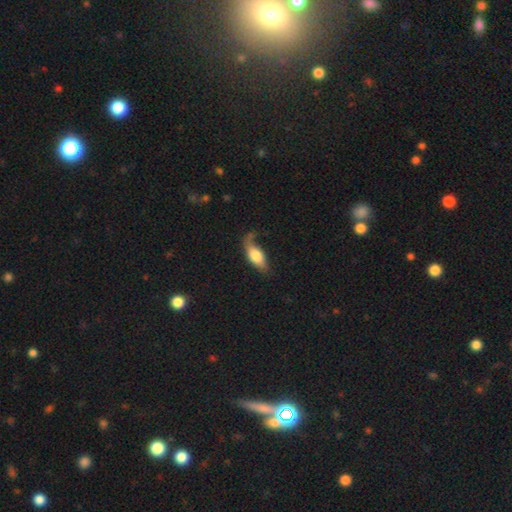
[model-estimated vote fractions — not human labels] Q: Smooth or featured?
A: smooth (71%); runner-up: featured or disk (23%)
Q: How rounded?
A: in between (82%); runner-up: cigar-shaped (15%)
Q: Merging?
A: none (42%); runner-up: minor disturbance (30%)